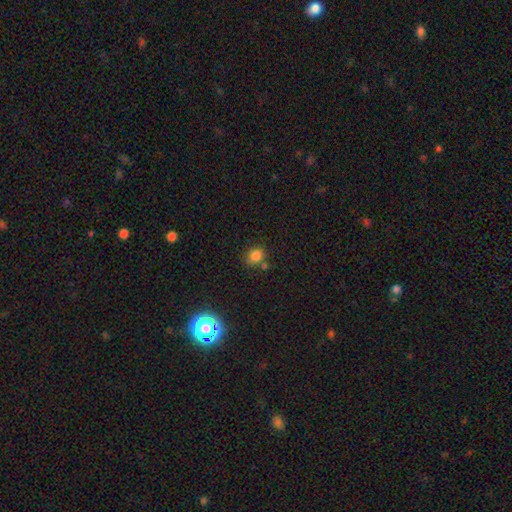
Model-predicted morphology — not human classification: The model was most divided on "how rounded": round: 69%, in between: 30%, cigar-shaped: 1%. More confident: smooth or featured — smooth (80%); merging — none (67%).